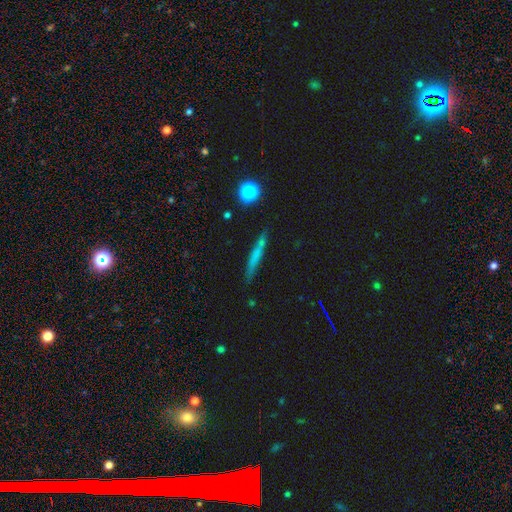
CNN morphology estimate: A smooth galaxy with no disk features (59%) that is cigar-shaped (92%).

Vote fractions:
- Smooth or featured? smooth: 59% / featured or disk: 30% / star or artifact: 11%
- How rounded? cigar-shaped: 92% / in between: 5% / round: 3%
- Merging? none: 79% / minor disturbance: 14% / merger: 4% / major disturbance: 3%